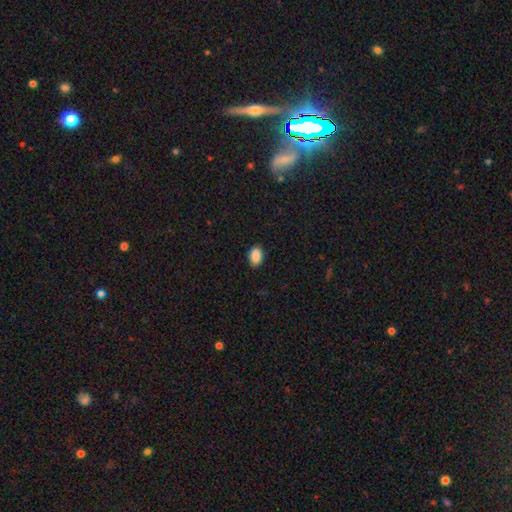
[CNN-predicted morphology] A smooth galaxy with no disk features (89%) that is in between round and cigar-shaped (82%).

Vote fractions:
- Smooth or featured? smooth: 89% / star or artifact: 8% / featured or disk: 3%
- How rounded? in between: 82% / round: 17% / cigar-shaped: 1%
- Merging? none: 87% / minor disturbance: 10% / major disturbance: 2% / merger: 1%